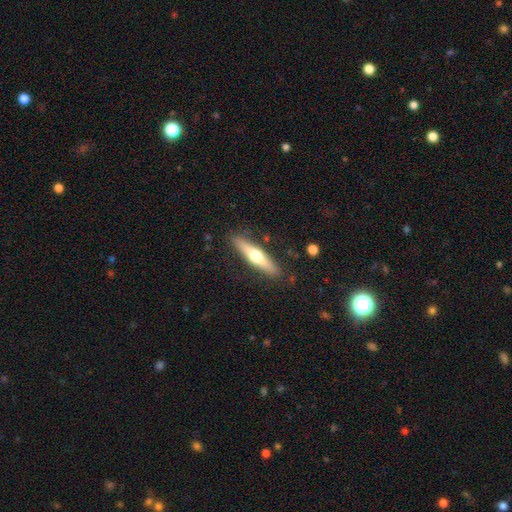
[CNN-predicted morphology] smooth-or-featured: featured or disk: 52% | smooth: 43% | star or artifact: 5%
  disk-edge-on: yes: 94% | no: 6%
  merging: none: 87% | minor disturbance: 9% | major disturbance: 2% | merger: 1%